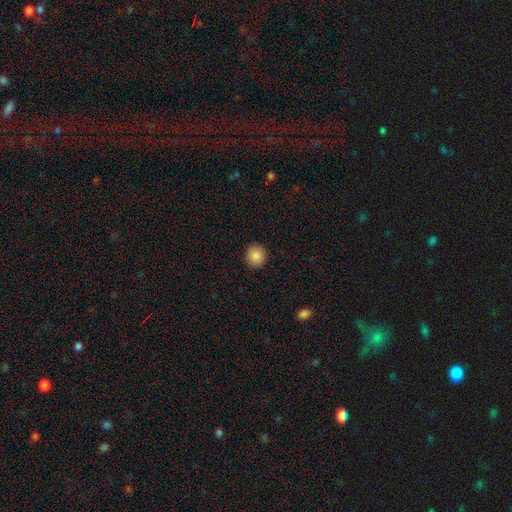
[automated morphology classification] The model was most divided on "how rounded": round: 89%, in between: 10%, cigar-shaped: 1%. More confident: merging — none (92%); smooth or featured — smooth (88%).